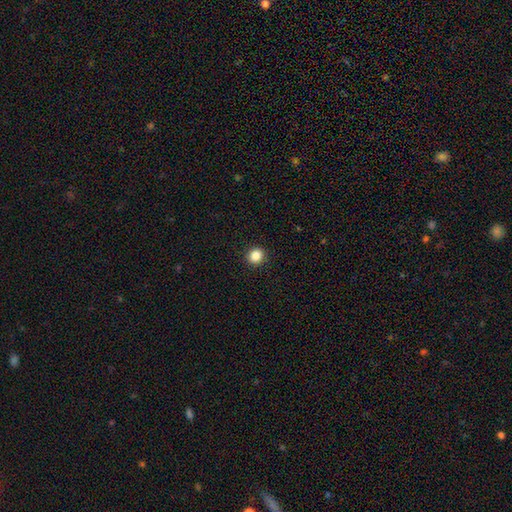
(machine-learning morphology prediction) A smooth galaxy with no disk features (86%) that is round (82%).

Vote fractions:
- Smooth or featured? smooth: 86% / star or artifact: 10% / featured or disk: 4%
- How rounded? round: 82% / in between: 17% / cigar-shaped: 1%
- Merging? none: 92% / minor disturbance: 5% / major disturbance: 2% / merger: 1%